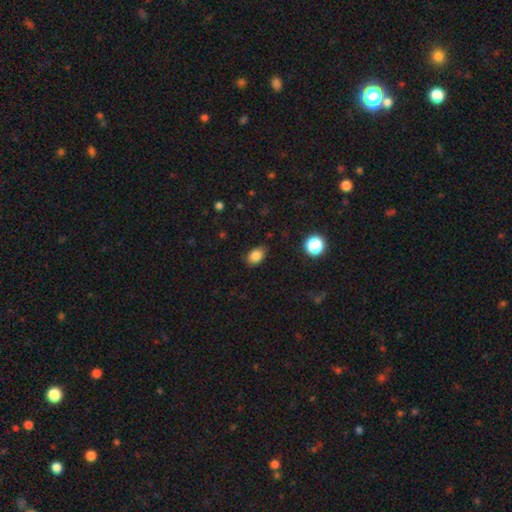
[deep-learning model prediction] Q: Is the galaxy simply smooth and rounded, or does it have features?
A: smooth — 84%.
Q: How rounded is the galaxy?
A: in between — 76%.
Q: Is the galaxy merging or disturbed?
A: none — 78%.